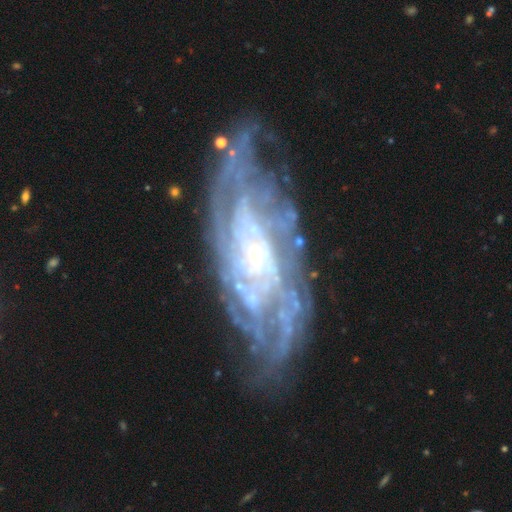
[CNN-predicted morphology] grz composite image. It shows a featured or disk galaxy (87%) with no bar (67%), tight (68%) spiral arms (95%) and a small central bulge (80%). Merging: none (70%).